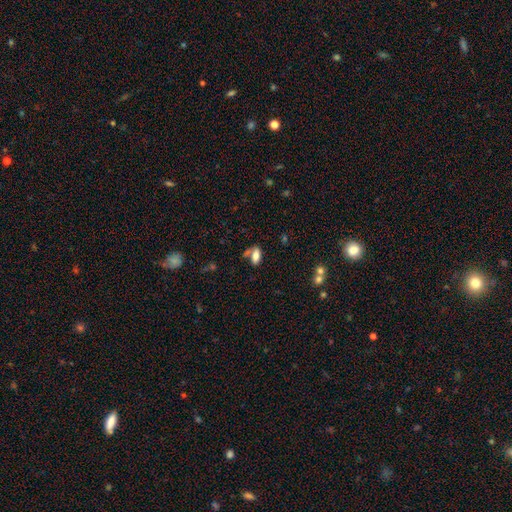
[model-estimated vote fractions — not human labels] The model was most divided on "merging": none: 54%, merger: 22%, minor disturbance: 17%, major disturbance: 8%. More confident: how rounded — in between (86%); smooth or featured — smooth (77%).